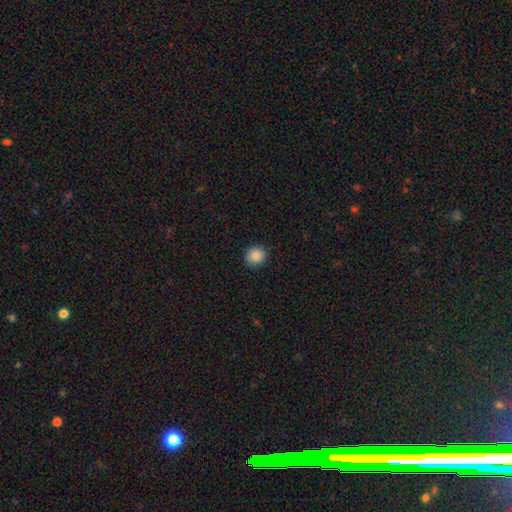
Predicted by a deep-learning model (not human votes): smooth_or_featured: smooth (p=0.87) [alt: star or artifact p=0.09]
how_rounded: round (p=0.87) [alt: in between p=0.12]
merging: none (p=0.90) [alt: minor disturbance p=0.07]